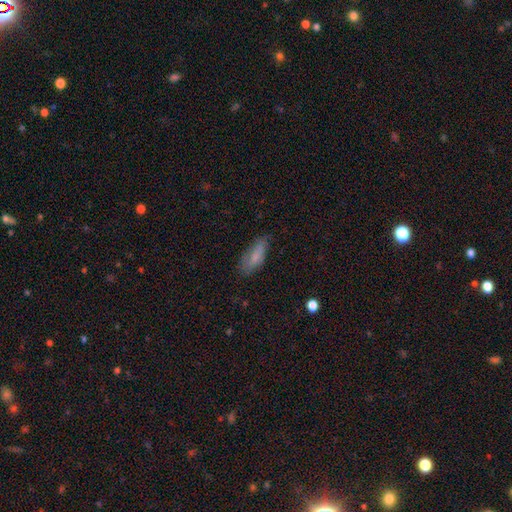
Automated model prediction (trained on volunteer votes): Overall: smooth (74%). How rounded: in between (74%). Merging: none (65%; minor disturbance 27%).